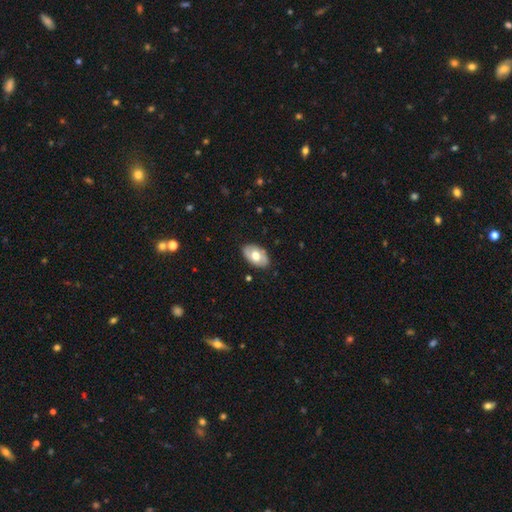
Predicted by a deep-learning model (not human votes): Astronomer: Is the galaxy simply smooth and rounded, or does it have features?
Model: smooth — 56% (runner-up: featured or disk, 38%).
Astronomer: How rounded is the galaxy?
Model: in between — 91%.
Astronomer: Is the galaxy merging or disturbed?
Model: none — 83%.